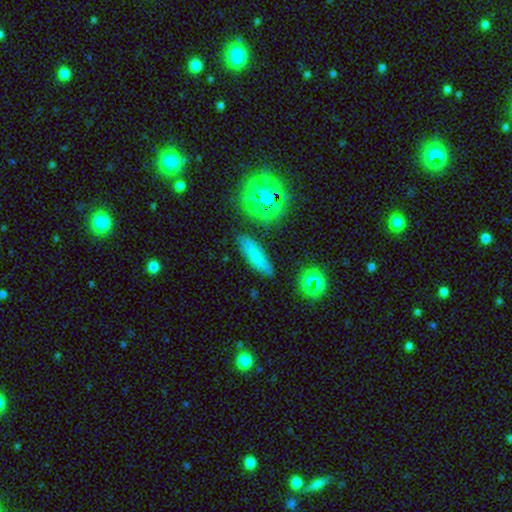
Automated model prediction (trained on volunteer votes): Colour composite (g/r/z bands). It shows a smooth galaxy with no disk features (66%) that is cigar-shaped (54%). Merging: none (84%).